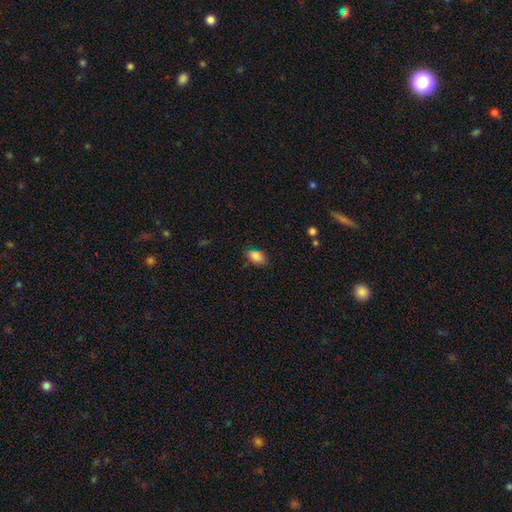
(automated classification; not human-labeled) Overall: smooth (86%). How rounded: in between (89%). Merging: none (74%).